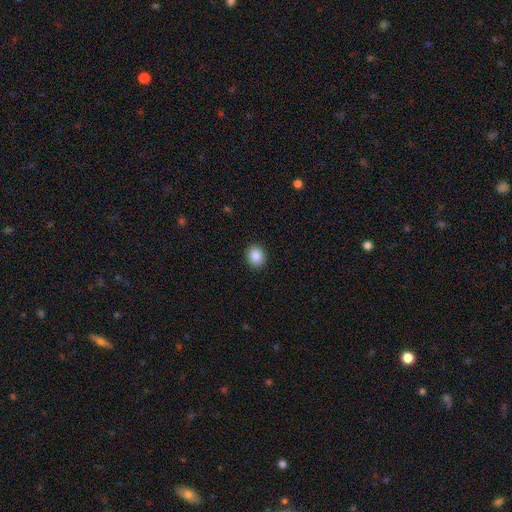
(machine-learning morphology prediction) type=smooth (88%); roundness=round (65%); merging=none (91%).